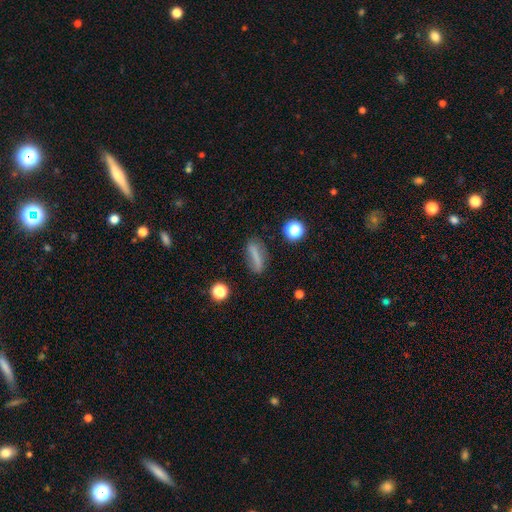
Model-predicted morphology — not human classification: A smooth galaxy with no disk features (64%) that is cigar-shaped (55%). Merging: none (75%).